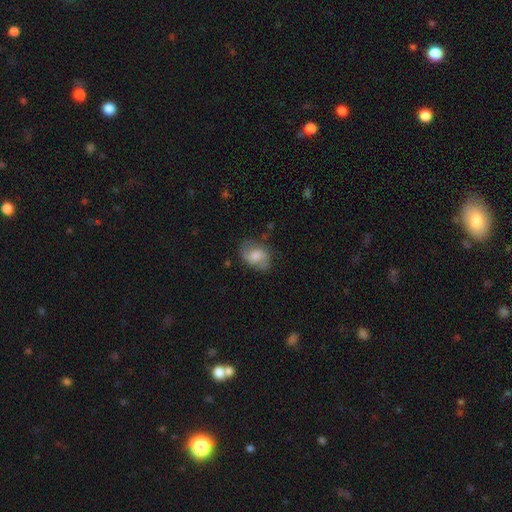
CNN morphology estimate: smooth_or_featured: smooth (p=0.54) [alt: featured or disk p=0.38]
how_rounded: in between (p=0.73) [alt: round p=0.25]
merging: none (p=0.65) [alt: minor disturbance p=0.24]